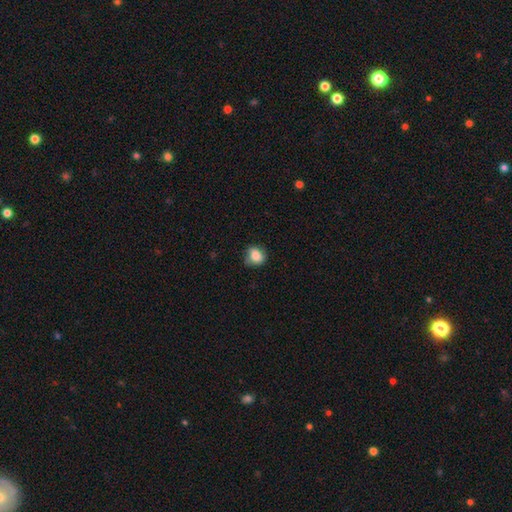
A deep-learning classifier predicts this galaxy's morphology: The model was most divided on "how rounded": round: 63%, in between: 36%, cigar-shaped: 1%. More confident: smooth or featured — smooth (78%); merging — none (69%).